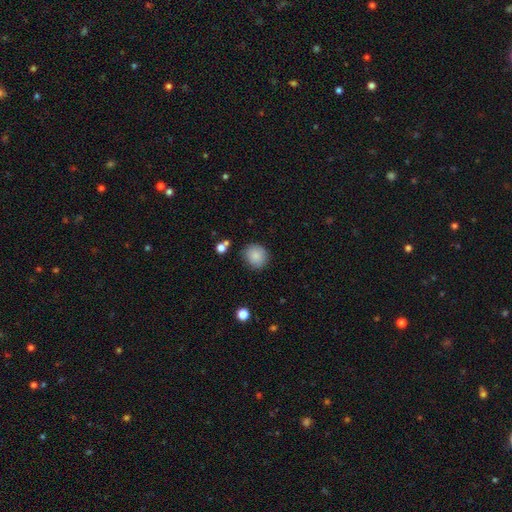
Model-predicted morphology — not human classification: This appears to be a smooth galaxy with no disk features (86%) that is round (82%). Merging: none (82%).